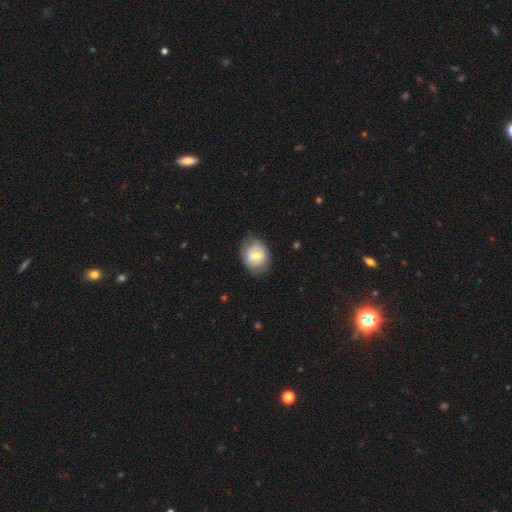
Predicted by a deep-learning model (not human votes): smooth-or-featured: smooth: 53% | featured or disk: 40% | star or artifact: 7%
  how-rounded: round: 53% | in between: 46% | cigar-shaped: 1%
  merging: none: 74% | minor disturbance: 19% | major disturbance: 6% | merger: 1%